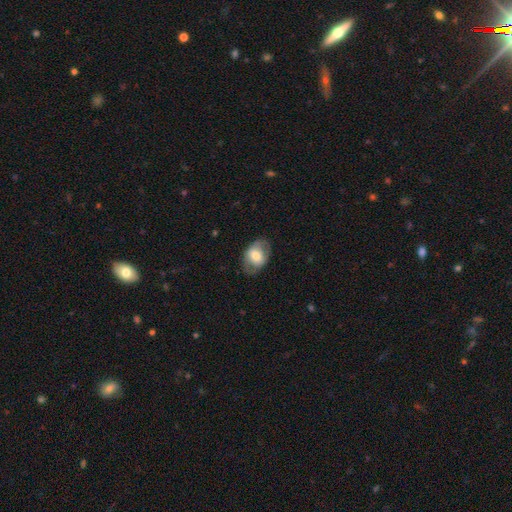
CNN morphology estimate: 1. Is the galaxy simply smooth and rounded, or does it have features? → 58% smooth, 35% featured or disk, 7% star or artifact.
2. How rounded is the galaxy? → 78% in between, 21% round, 1% cigar-shaped.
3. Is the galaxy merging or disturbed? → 75% none, 17% minor disturbance, 8% major disturbance, 1% merger.